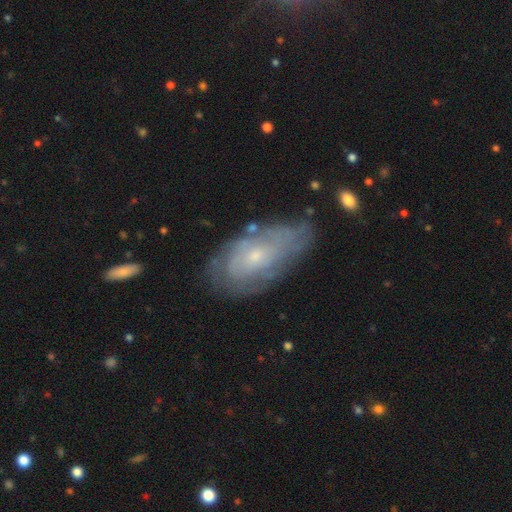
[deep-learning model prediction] Smooth or featured?
  - featured or disk: 65% *
  - smooth: 28%
  - star or artifact: 8%
Edge-on disk?
  - no: 92% *
  - yes: 8%
Bar?
  - no: 80% *
  - weak: 17%
  - strong: 3%
Spiral arms?
  - yes: 72% *
  - no: 28%
Bulge size?
  - small: 73% *
  - moderate: 22%
  - none: 2%
  - large: 1%
  - dominant: 1%
Merging?
  - none: 66% *
  - minor disturbance: 23%
  - major disturbance: 8%
  - merger: 3%